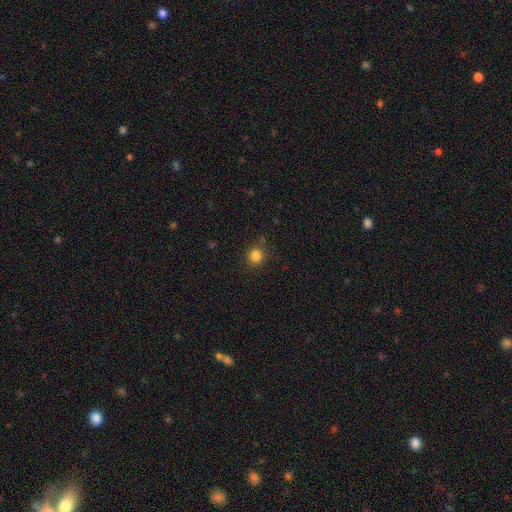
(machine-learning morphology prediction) Smooth or featured? smooth (84%)
How rounded? round (89%)
Merging? none (85%)